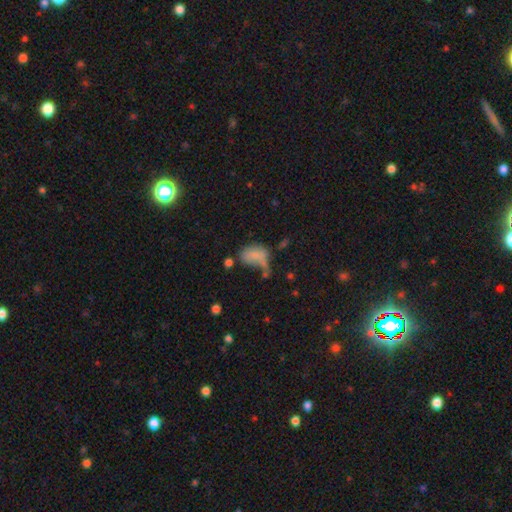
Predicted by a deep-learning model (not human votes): Smooth or featured? Predicted: smooth (p=0.70). How rounded? Predicted: in between (p=0.84). Merging? Predicted: major disturbance (p=0.35).